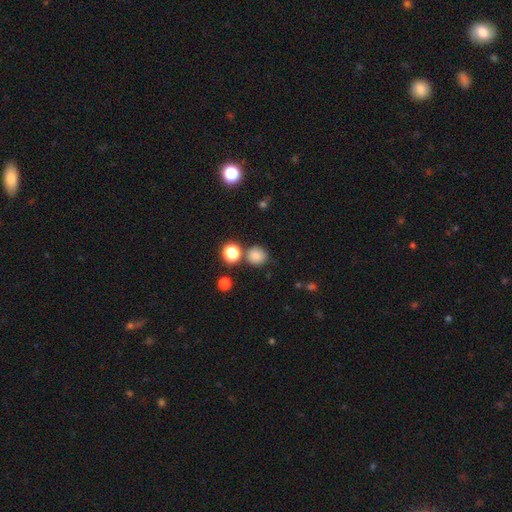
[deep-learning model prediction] Smooth or featured? smooth (81%)
How rounded? round (89%)
Merging? none (77%)